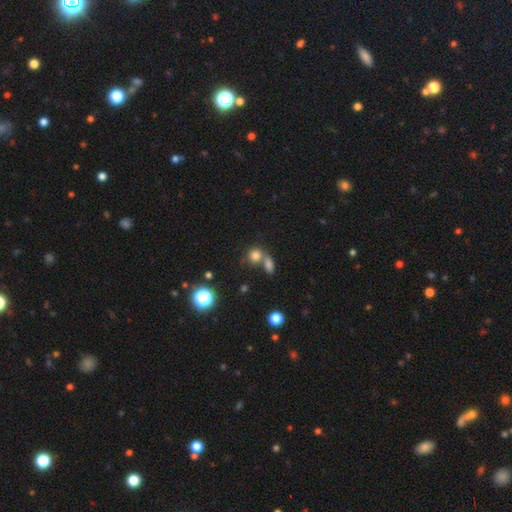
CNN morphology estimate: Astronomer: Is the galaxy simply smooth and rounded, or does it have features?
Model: smooth — 76%.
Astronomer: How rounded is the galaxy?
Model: round — 70%.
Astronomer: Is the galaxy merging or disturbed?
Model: merger — 45% (runner-up: none, 42%).